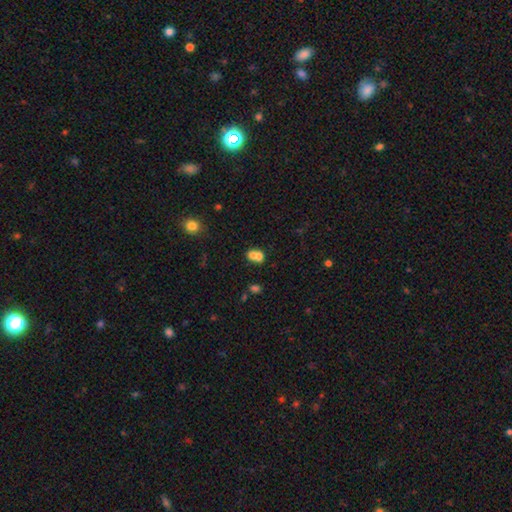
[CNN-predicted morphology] Q: Smooth or featured?
A: smooth (70%); runner-up: featured or disk (18%)
Q: How rounded?
A: round (54%); runner-up: in between (44%)
Q: Merging?
A: merger (66%); runner-up: none (24%)